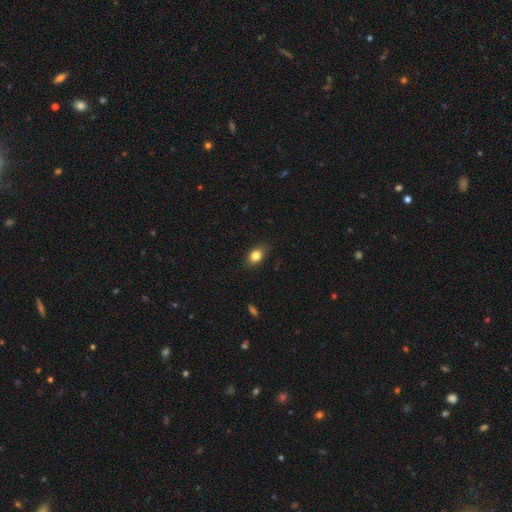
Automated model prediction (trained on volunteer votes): Smooth or featured: smooth — 82% (star or artifact — 9%)
How rounded: in between — 73% (round — 25%)
Merging: none — 81% (minor disturbance — 15%)